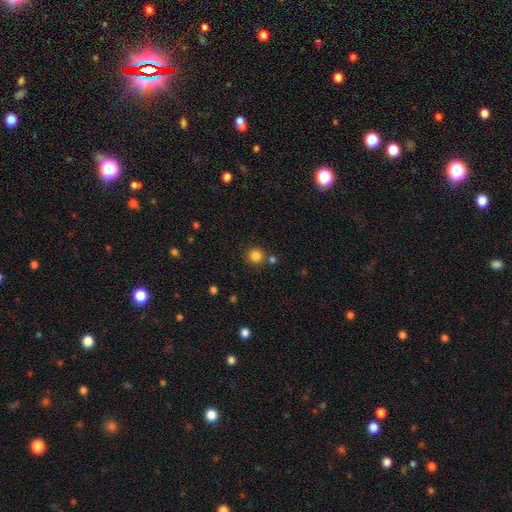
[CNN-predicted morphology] This is clearly a smooth galaxy (83%). How rounded: clearly round (93%). Merging: likely none (80%).